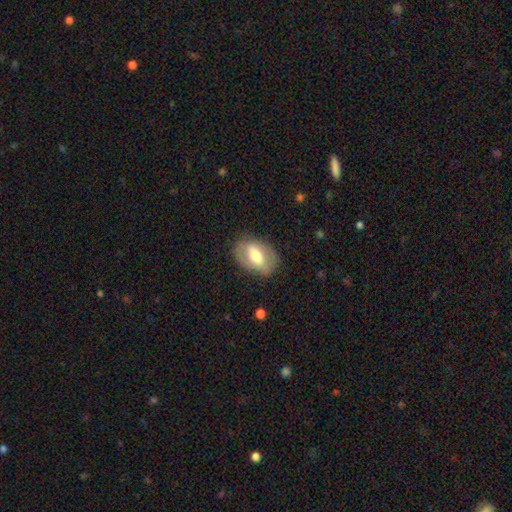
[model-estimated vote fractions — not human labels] Smooth or featured? Predicted: smooth (p=0.51). How rounded? Predicted: in between (p=0.85). Merging? Predicted: none (p=0.78).